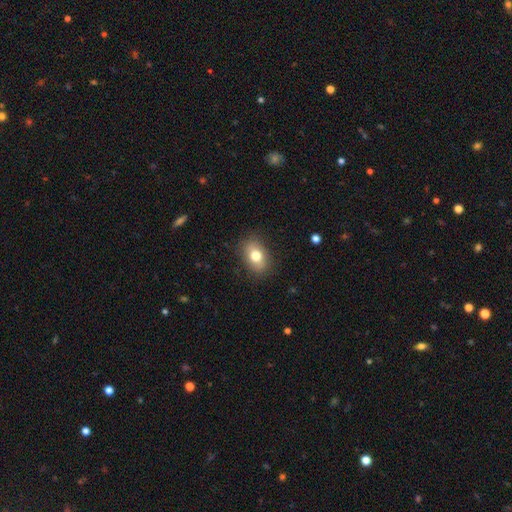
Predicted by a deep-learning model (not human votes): Smooth or featured: smooth — 77% (featured or disk — 14%)
How rounded: in between — 80% (round — 19%)
Merging: none — 85% (minor disturbance — 11%)